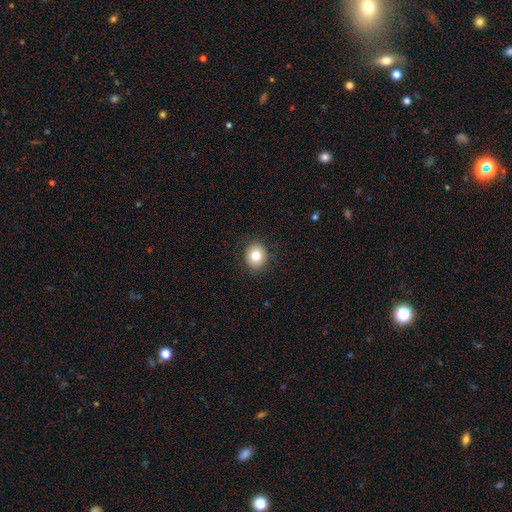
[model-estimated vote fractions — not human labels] smooth 79%, featured or disk 10%, star or artifact 10%. Down the decision tree: how rounded — round (74%); merging — none (89%).